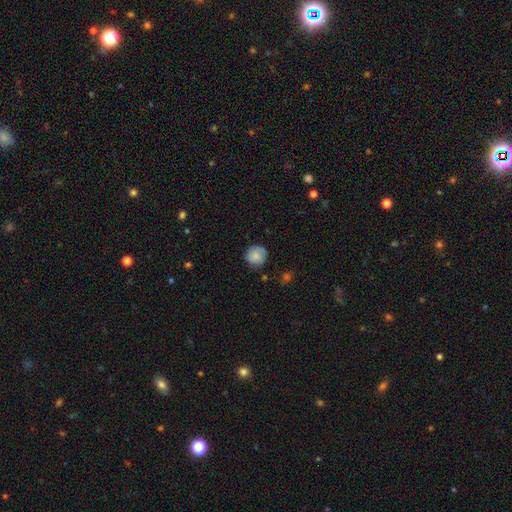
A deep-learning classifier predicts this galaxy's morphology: A smooth galaxy with no disk features (77%) that is round (89%).

Vote fractions:
- Smooth or featured? smooth: 77% / featured or disk: 16% / star or artifact: 7%
- How rounded? round: 89% / in between: 10% / cigar-shaped: 1%
- Merging? none: 76% / minor disturbance: 18% / major disturbance: 4% / merger: 2%